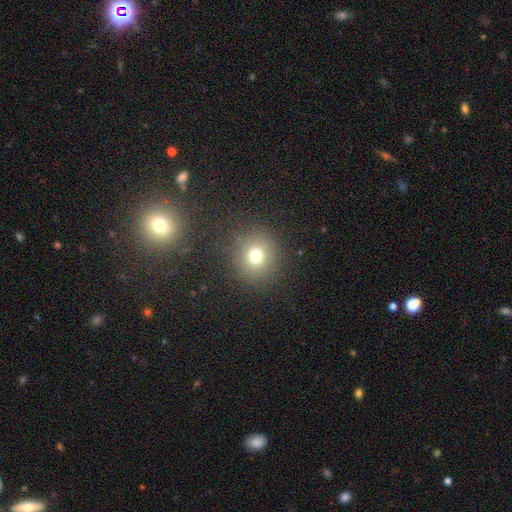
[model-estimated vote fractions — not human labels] Smooth or featured? Predicted: smooth (p=0.73). How rounded? Predicted: round (p=0.90). Merging? Predicted: none (p=0.87).